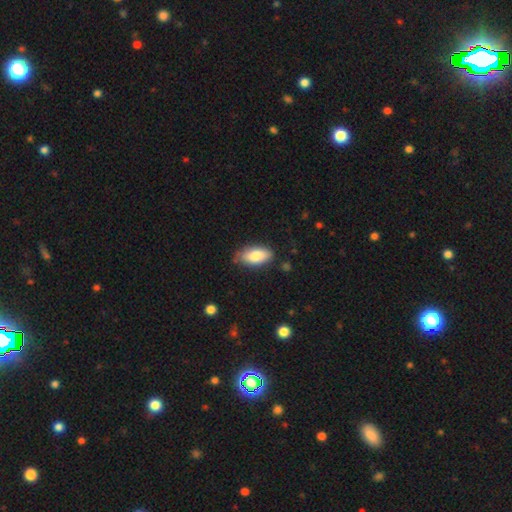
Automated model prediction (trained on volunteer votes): This appears to be a smooth galaxy with no disk features (81%) that is in between round and cigar-shaped (91%). Merging: none (75%).